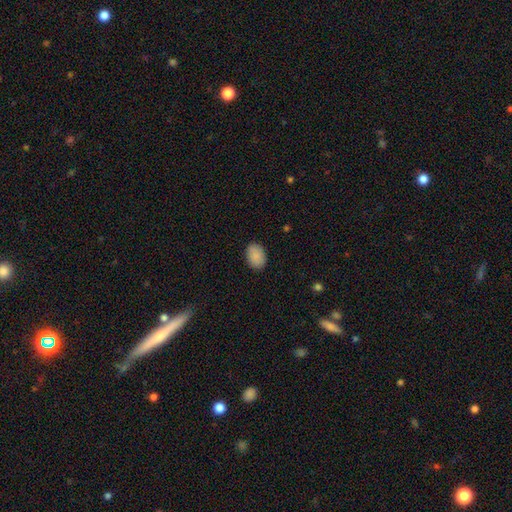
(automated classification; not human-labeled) smooth-or-featured: smooth: 90% | star or artifact: 7% | featured or disk: 3%
  how-rounded: in between: 81% | round: 18% | cigar-shaped: 1%
  merging: none: 88% | minor disturbance: 9% | major disturbance: 2% | merger: 1%